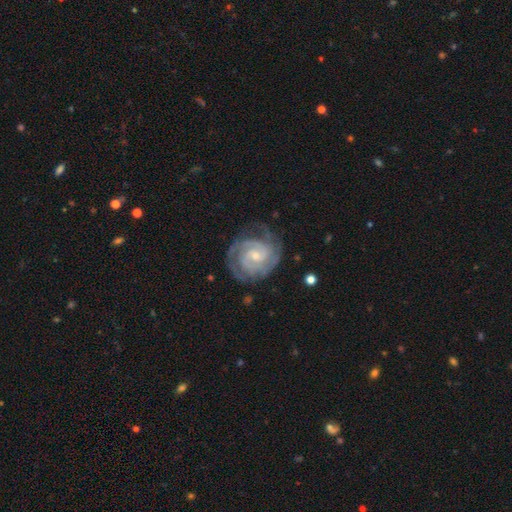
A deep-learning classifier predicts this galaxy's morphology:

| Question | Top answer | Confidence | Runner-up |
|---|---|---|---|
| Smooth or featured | featured or disk | 89% | smooth (6%) |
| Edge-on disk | no | 98% | yes (2%) |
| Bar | no | 49% | weak (43%) |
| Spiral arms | yes | 98% | no (2%) |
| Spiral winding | tight | 67% | medium (28%) |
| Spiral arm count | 2 | 47% | 3 (21%) |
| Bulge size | small | 64% | moderate (32%) |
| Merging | none | 71% | minor disturbance (19%) |